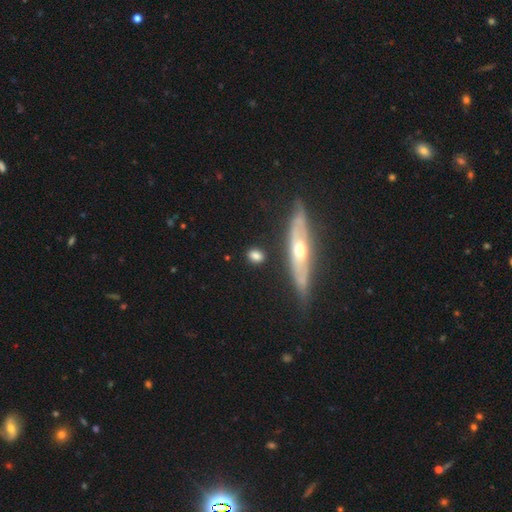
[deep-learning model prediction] smooth-or-featured: smooth: 75% | featured or disk: 18% | star or artifact: 8%
  how-rounded: in between: 53% | round: 37% | cigar-shaped: 11%
  merging: none: 78% | minor disturbance: 13% | merger: 5% | major disturbance: 4%